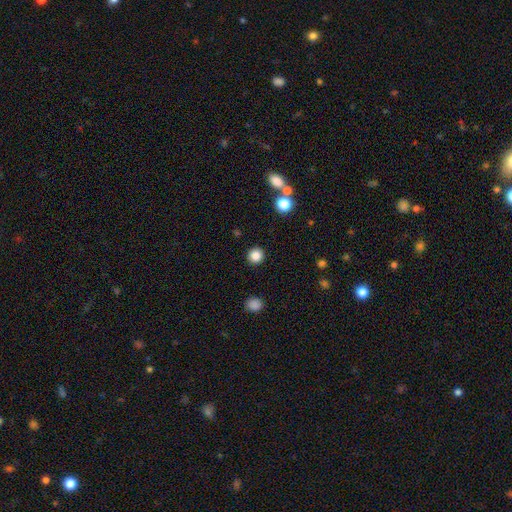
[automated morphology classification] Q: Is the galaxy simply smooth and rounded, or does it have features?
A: smooth — 84%.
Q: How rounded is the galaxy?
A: round — 94%.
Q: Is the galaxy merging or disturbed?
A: none — 92%.